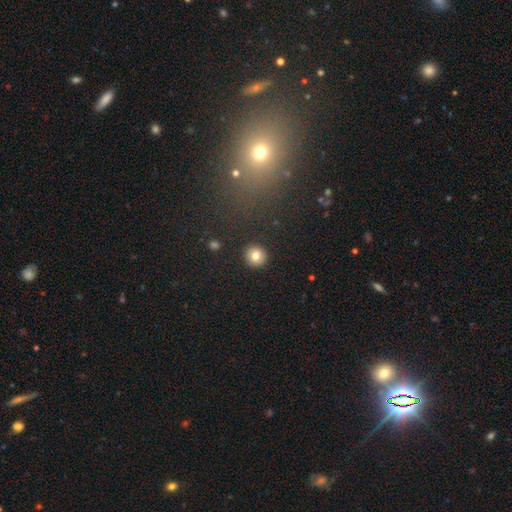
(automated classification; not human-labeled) Overall: smooth (81%). How rounded: round (92%). Merging: none (92%).